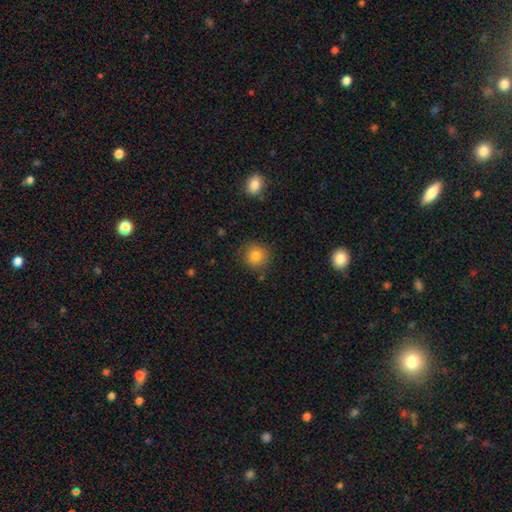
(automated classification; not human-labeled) Smooth or featured? smooth (81%)
How rounded? round (92%)
Merging? none (85%)